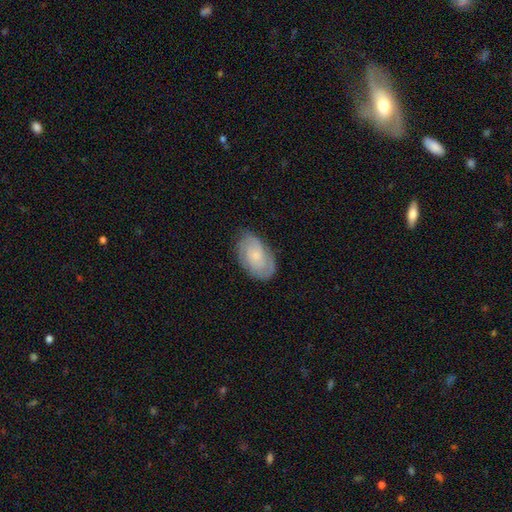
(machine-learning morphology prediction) A featured or disk galaxy (62%) with no bar (76%), 2 (39%) tight (62%) spiral arms (89%) and a small central bulge (58%). Merging: none (75%).